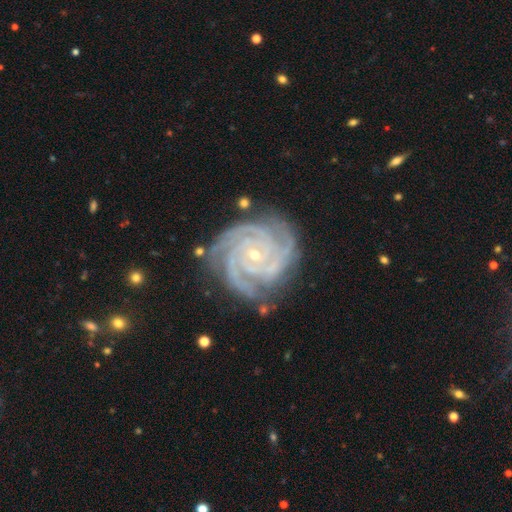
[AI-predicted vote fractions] Smooth or featured: featured or disk — 93% (star or artifact — 5%)
Edge-on disk: no — 98% (yes — 2%)
Bar: no — 71% (weak — 18%)
Spiral arms: yes — 99% (no — 1%)
Spiral winding: tight — 82% (medium — 17%)
Spiral arm count: 4 — 40% (3 — 33%)
Bulge size: small — 79% (moderate — 18%)
Merging: none — 78% (minor disturbance — 16%)